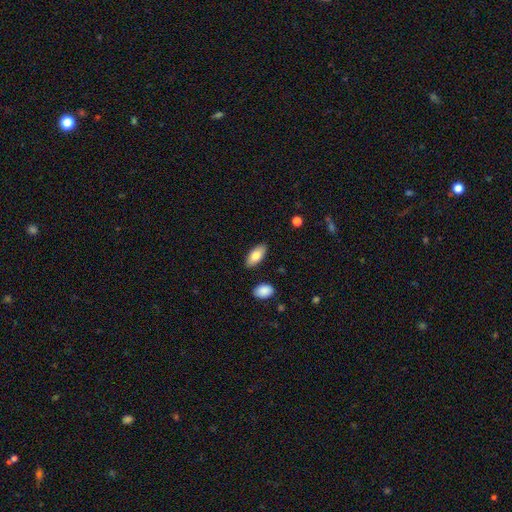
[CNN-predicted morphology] The model was most divided on "smooth or featured": smooth: 78%, featured or disk: 16%, star or artifact: 6%. More confident: how rounded — in between (90%); merging — none (87%).